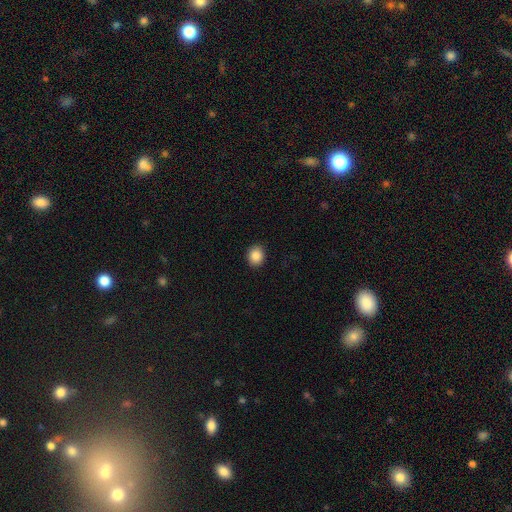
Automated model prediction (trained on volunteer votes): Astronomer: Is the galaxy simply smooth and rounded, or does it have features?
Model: smooth — 87%.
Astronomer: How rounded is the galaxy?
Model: round — 68%.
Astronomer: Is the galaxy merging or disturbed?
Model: none — 92%.